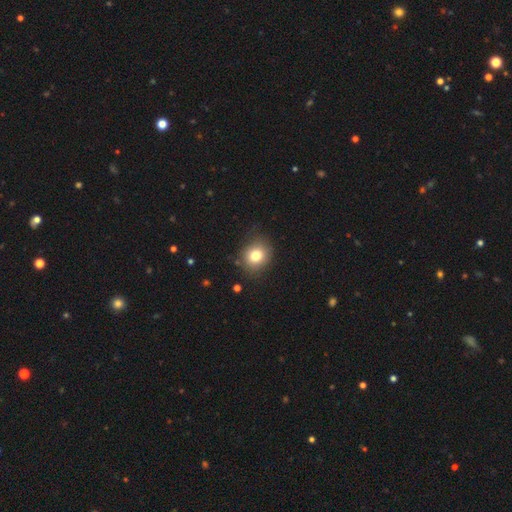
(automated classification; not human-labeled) Morphology: type=smooth (79%); roundness=round (71%); merging=none (81%).